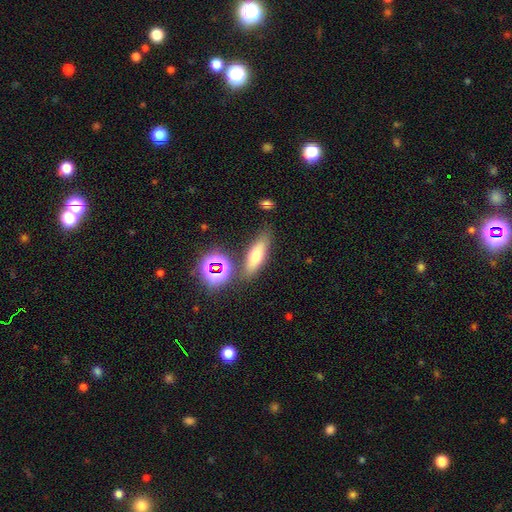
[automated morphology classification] Smooth or featured? smooth (60%)
How rounded? in between (48%)
Merging? none (79%)